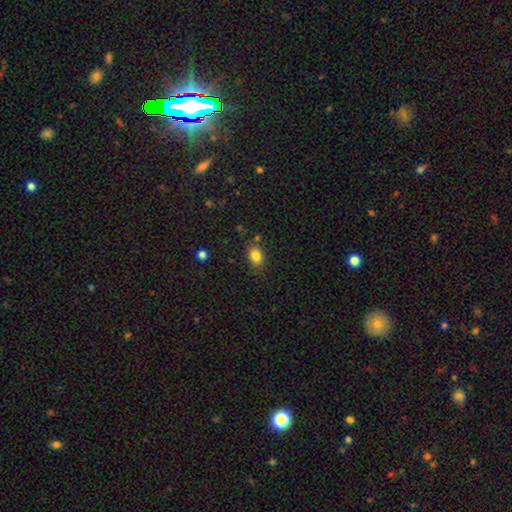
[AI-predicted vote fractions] This appears to be a smooth galaxy with no disk features (84%) that is in between round and cigar-shaped (73%). Merging: none (81%).